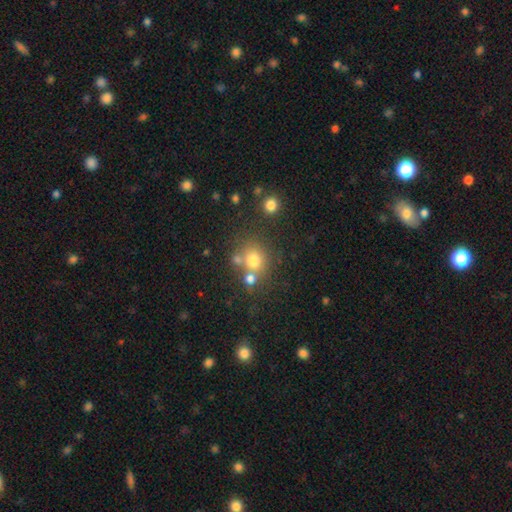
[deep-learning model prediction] A smooth galaxy with no disk features (68%) that is round (81%).

Vote fractions:
- Smooth or featured? smooth: 68% / star or artifact: 21% / featured or disk: 11%
- How rounded? round: 81% / in between: 18% / cigar-shaped: 1%
- Merging? none: 62% / merger: 24% / minor disturbance: 10% / major disturbance: 4%